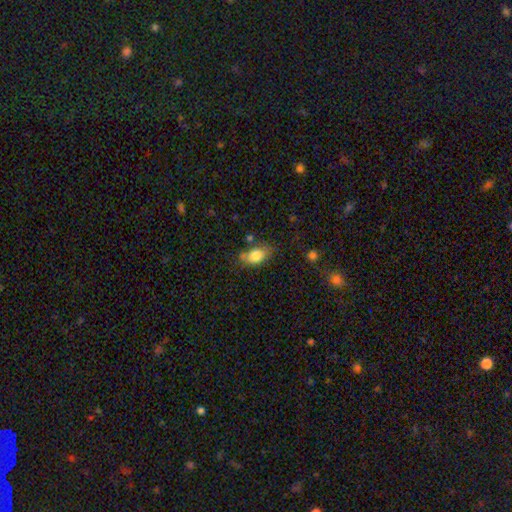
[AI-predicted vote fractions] Morphology: type=smooth (79%); roundness=in between (87%); merging=none (59%).